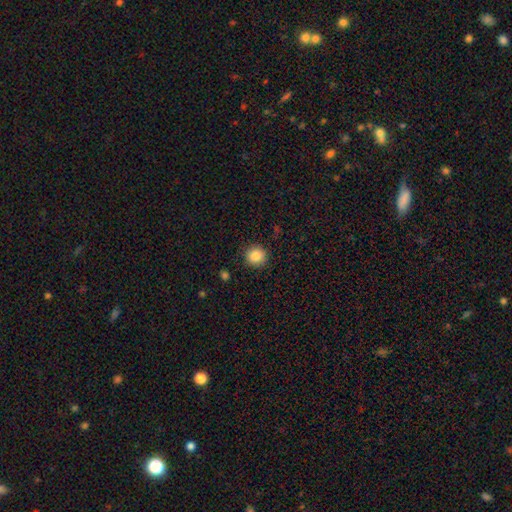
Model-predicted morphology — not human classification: type=smooth (86%); roundness=round (91%); merging=none (89%).